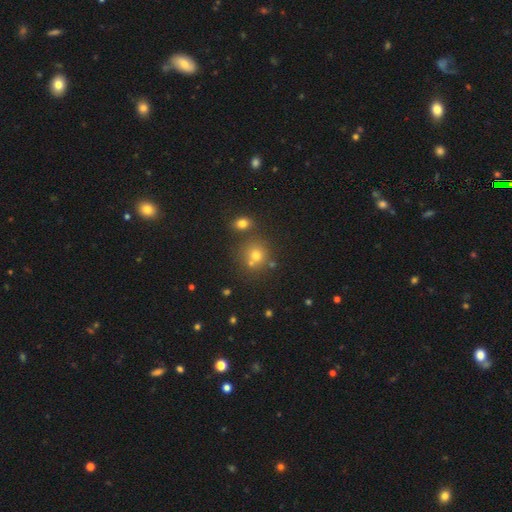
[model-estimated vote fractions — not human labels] A smooth galaxy with no disk features (67%) that is round (87%). Merging: none (63%).